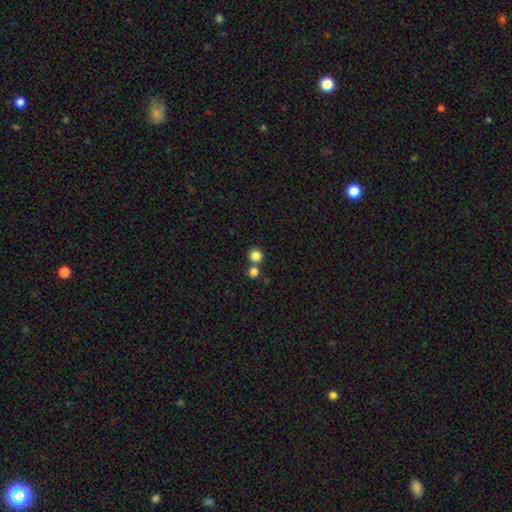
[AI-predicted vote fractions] The model was most divided on "merging": none: 64%, merger: 27%, minor disturbance: 7%, major disturbance: 3%. More confident: how rounded — round (91%); smooth or featured — smooth (83%).